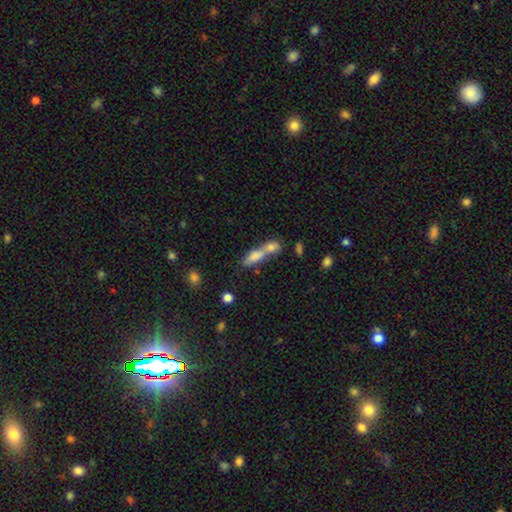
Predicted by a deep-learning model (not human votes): Smooth or featured?
  - smooth: 68% *
  - featured or disk: 21%
  - star or artifact: 11%
How rounded?
  - in between: 51% *
  - cigar-shaped: 42%
  - round: 7%
Merging?
  - merger: 65% *
  - none: 22%
  - minor disturbance: 7%
  - major disturbance: 5%